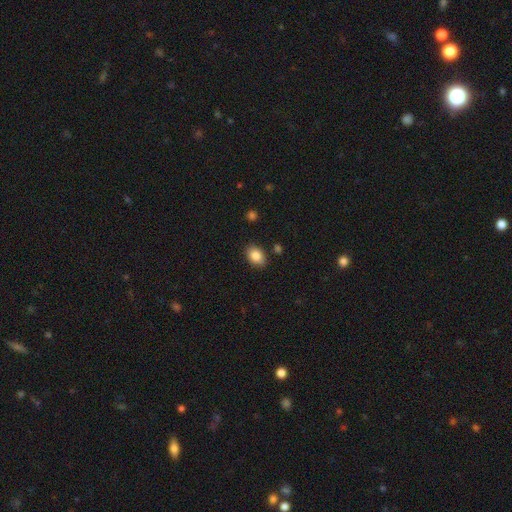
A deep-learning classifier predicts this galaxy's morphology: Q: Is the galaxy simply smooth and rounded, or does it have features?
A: smooth — 85%.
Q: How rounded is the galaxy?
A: in between — 80%.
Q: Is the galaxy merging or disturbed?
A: none — 86%.